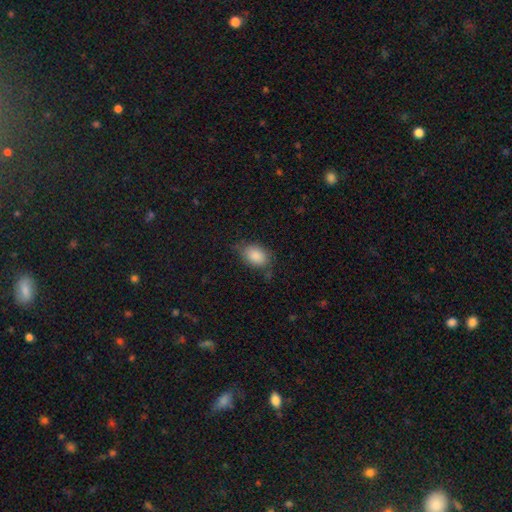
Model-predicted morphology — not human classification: Smooth or featured? smooth (85%)
How rounded? in between (83%)
Merging? none (62%)